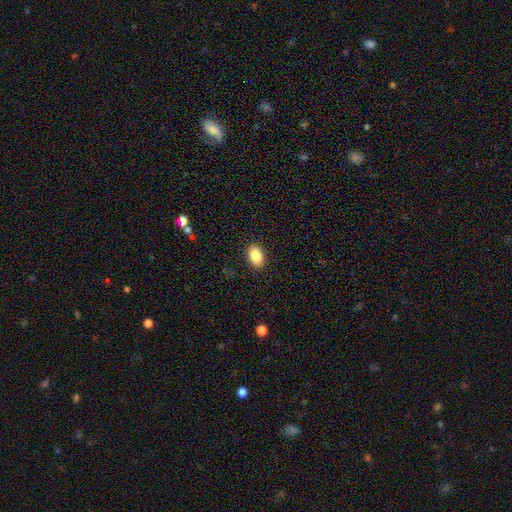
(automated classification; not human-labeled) A smooth galaxy with no disk features (87%) that is in between round and cigar-shaped (86%).

Vote fractions:
- Smooth or featured? smooth: 87% / star or artifact: 8% / featured or disk: 5%
- How rounded? in between: 86% / round: 13% / cigar-shaped: 1%
- Merging? none: 89% / minor disturbance: 8% / major disturbance: 2% / merger: 1%